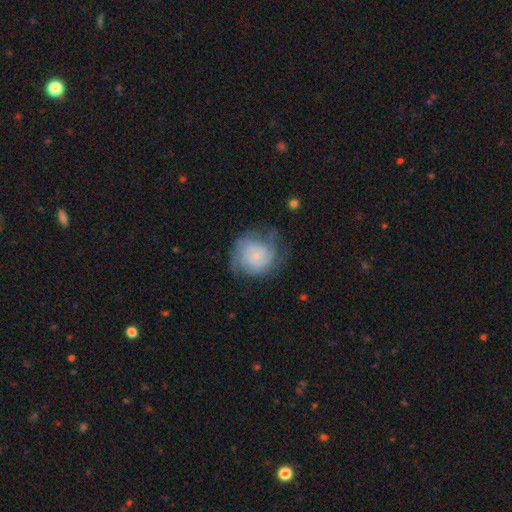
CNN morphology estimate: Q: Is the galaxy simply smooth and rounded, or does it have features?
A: featured or disk — 74%.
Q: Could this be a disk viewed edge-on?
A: no — 98%.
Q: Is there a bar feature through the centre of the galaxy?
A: no — 75%.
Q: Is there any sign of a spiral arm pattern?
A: yes — 93%.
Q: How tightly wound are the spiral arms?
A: tight — 65%.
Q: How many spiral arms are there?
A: can't tell — 35%.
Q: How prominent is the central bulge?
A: small — 76%.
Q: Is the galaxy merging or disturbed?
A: none — 68%.